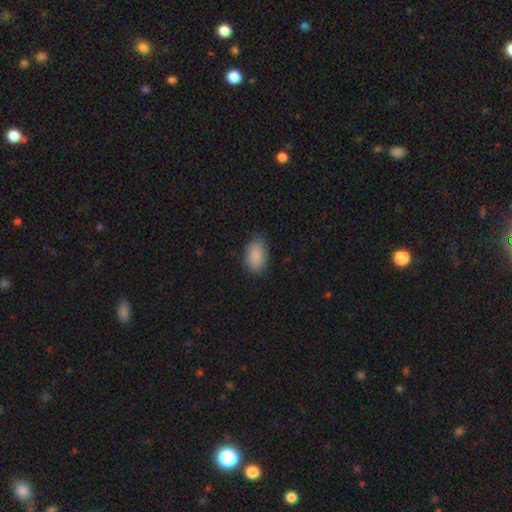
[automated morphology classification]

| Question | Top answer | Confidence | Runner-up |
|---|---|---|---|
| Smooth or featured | smooth | 89% | star or artifact (7%) |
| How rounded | in between | 88% | round (10%) |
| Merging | none | 82% | minor disturbance (14%) |